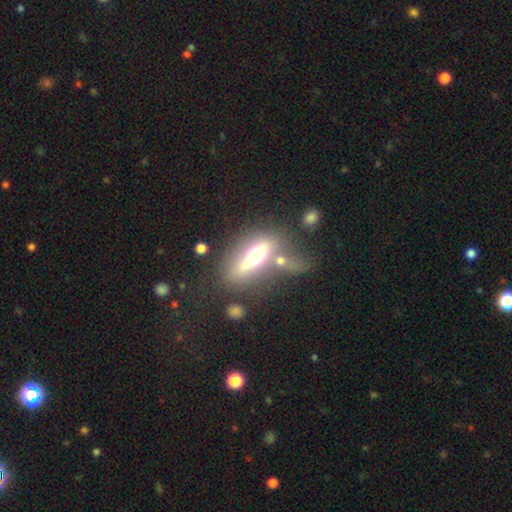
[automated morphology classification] smooth_or_featured: featured or disk (p=0.53) [alt: smooth p=0.36]
disk_edge_on: yes (p=0.68) [alt: no p=0.32]
merging: none (p=0.56) [alt: merger p=0.19]